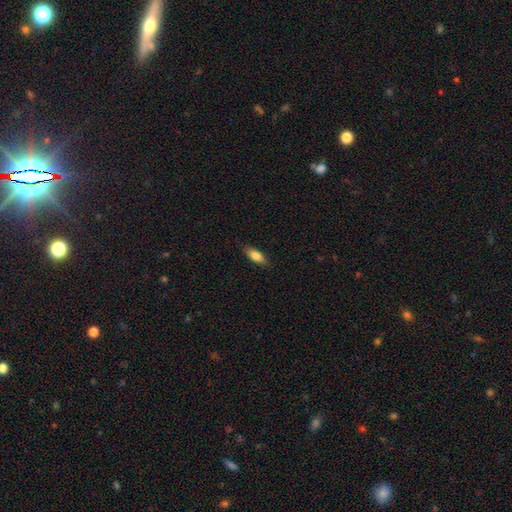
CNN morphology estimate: type=smooth (81%); roundness=in between (74%); merging=none (82%).